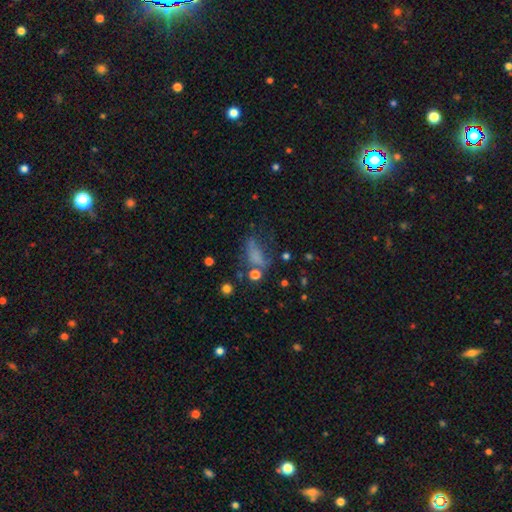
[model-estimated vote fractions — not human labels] A smooth galaxy with no disk features (57%) that is in between round and cigar-shaped (75%).

Vote fractions:
- Smooth or featured? smooth: 57% / featured or disk: 22% / star or artifact: 21%
- How rounded? in between: 75% / cigar-shaped: 13% / round: 12%
- Merging? major disturbance: 36% / none: 32% / minor disturbance: 24% / merger: 9%